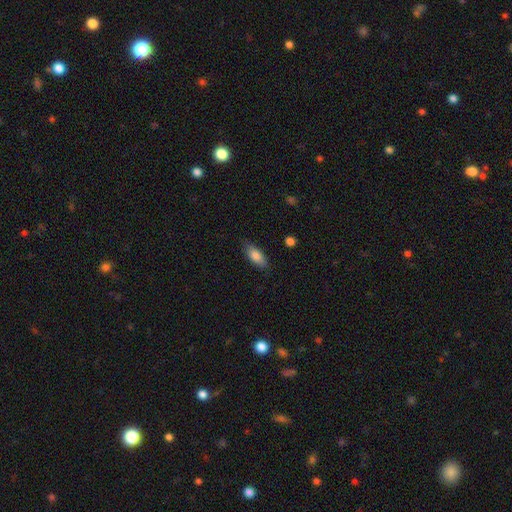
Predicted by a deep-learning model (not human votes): This appears to be a smooth galaxy with no disk features (82%) that is in between round and cigar-shaped (80%). Merging: none (82%).